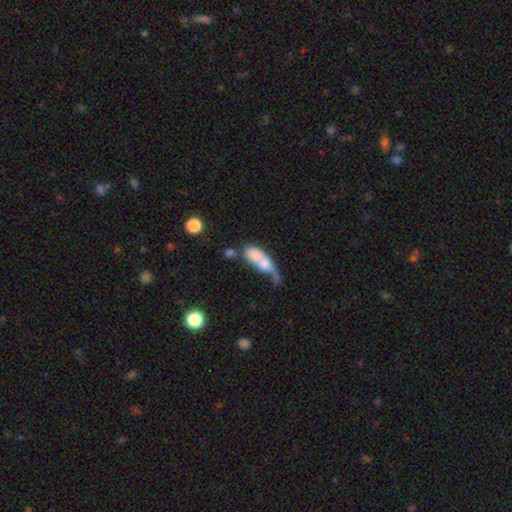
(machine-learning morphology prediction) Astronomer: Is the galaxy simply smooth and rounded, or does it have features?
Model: smooth — 61%.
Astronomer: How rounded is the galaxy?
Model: in between — 65%.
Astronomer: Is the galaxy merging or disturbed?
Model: merger — 60%.